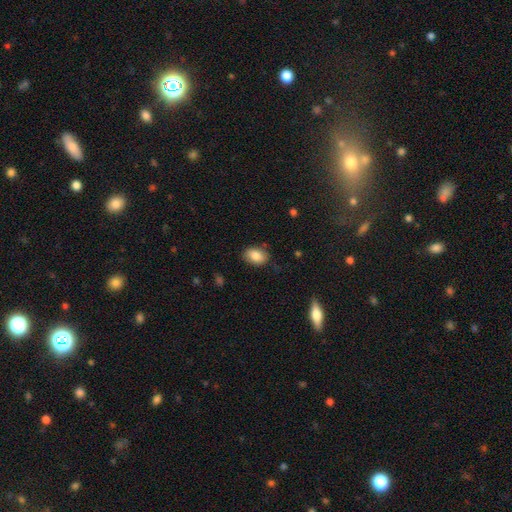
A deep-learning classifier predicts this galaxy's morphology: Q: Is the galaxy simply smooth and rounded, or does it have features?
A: smooth — 85%.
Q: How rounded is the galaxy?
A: in between — 82%.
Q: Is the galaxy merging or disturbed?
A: none — 82%.